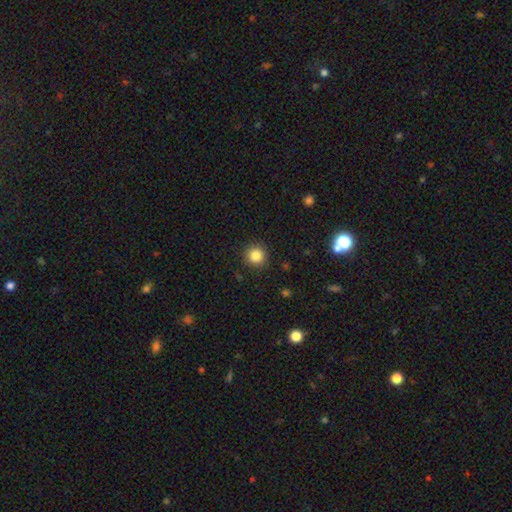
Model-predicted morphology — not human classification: This appears to be a smooth galaxy with no disk features (85%) that is round (94%). Merging: none (90%).